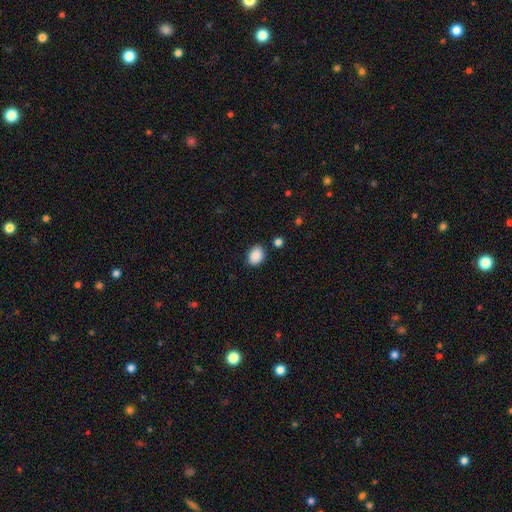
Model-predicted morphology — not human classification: Overall: smooth (89%). How rounded: in between (70%). Merging: none (83%).